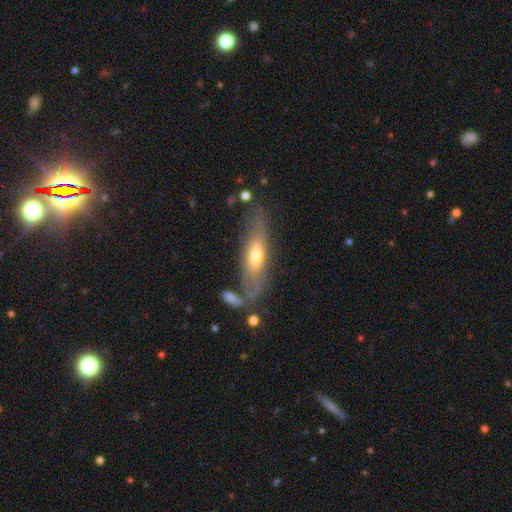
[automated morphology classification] The model was most divided on "smooth or featured": featured or disk: 49%, smooth: 45%, star or artifact: 6%. More confident: merging — none (67%).